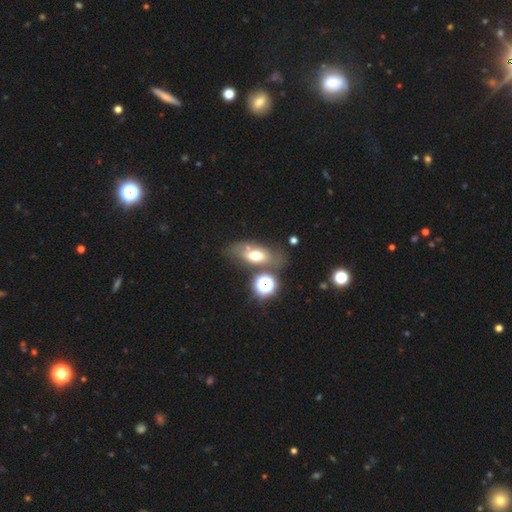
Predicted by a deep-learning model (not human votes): smooth_or_featured: smooth (p=0.53) [alt: featured or disk p=0.33]
how_rounded: in between (p=0.74) [alt: round p=0.15]
merging: none (p=0.58) [alt: minor disturbance p=0.18]